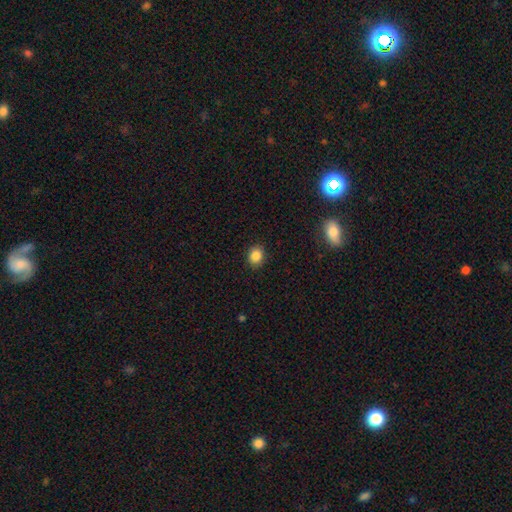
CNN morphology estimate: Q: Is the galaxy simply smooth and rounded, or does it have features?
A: smooth — 86%.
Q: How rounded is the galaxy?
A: round — 63%.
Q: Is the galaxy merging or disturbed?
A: none — 89%.